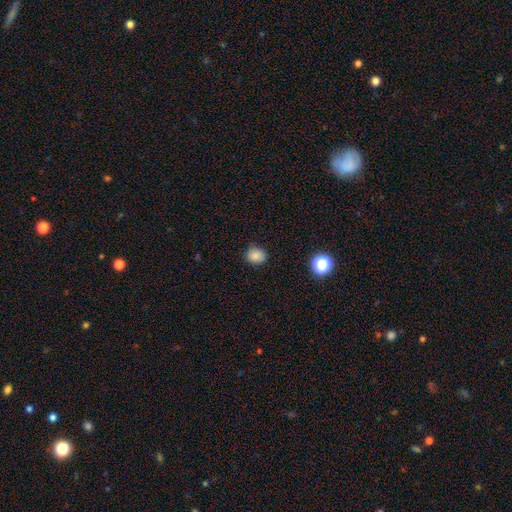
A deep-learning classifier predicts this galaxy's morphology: type=smooth (84%); roundness=round (64%); merging=none (83%).